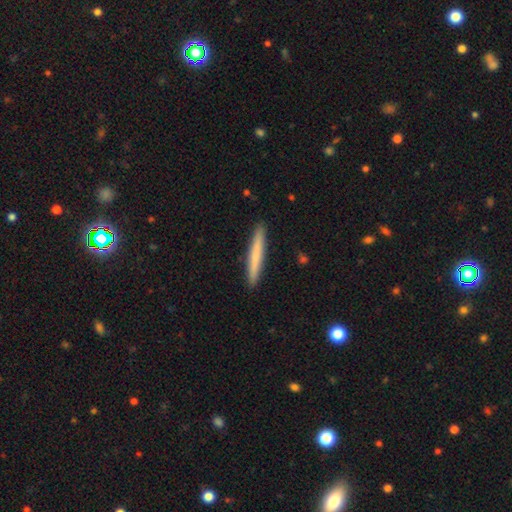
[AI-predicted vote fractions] Smooth or featured?
  - smooth: 69% *
  - featured or disk: 26%
  - star or artifact: 5%
How rounded?
  - cigar-shaped: 96% *
  - in between: 2%
  - round: 1%
Merging?
  - none: 92% *
  - minor disturbance: 6%
  - major disturbance: 1%
  - merger: 1%